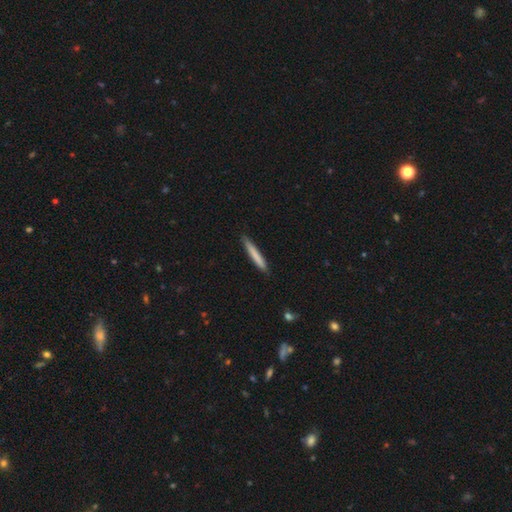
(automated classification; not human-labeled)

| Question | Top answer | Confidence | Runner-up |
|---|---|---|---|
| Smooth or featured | smooth | 78% | featured or disk (17%) |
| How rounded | cigar-shaped | 96% | in between (3%) |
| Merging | none | 88% | minor disturbance (9%) |